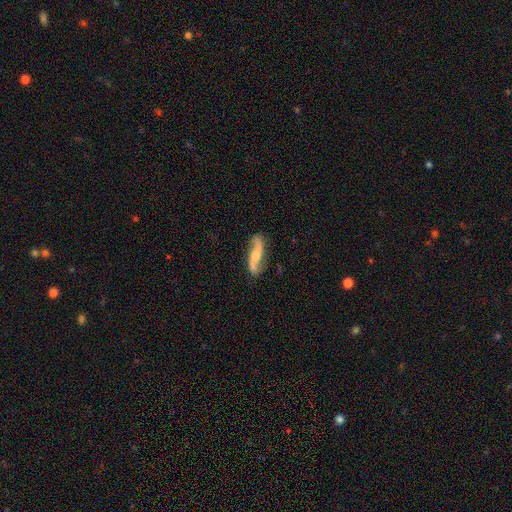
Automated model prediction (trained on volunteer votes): The model was most divided on "bulge size": moderate: 45%, small: 34%, none: 12%, large: 7%, dominant: 2%. More confident: spiral arms — yes (94%); spiral arm count — 2 (93%); edge-on disk — no (86%); spiral winding — loose (83%); merging — none (80%); smooth or featured — featured or disk (78%); bar — no (50%).